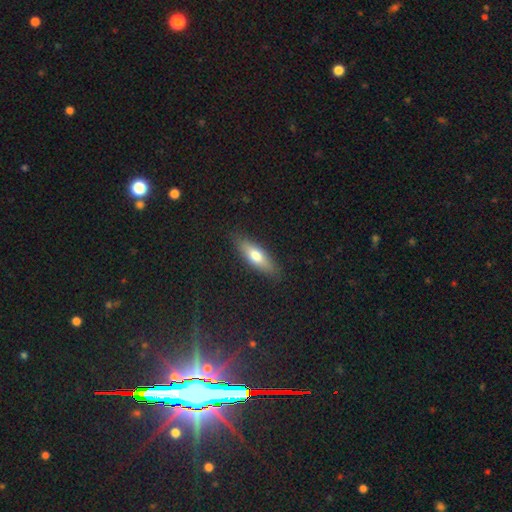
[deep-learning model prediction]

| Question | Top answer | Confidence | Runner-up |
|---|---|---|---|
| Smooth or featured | smooth | 69% | featured or disk (24%) |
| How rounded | in between | 52% | cigar-shaped (46%) |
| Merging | none | 86% | minor disturbance (11%) |